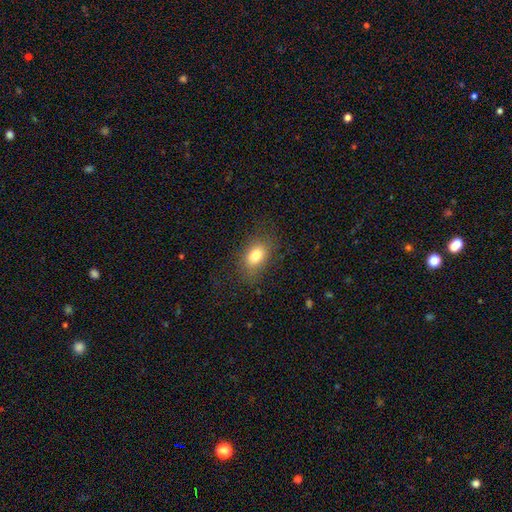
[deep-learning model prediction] This appears to be a smooth galaxy with no disk features (80%) that is in between round and cigar-shaped (81%). Merging: none (77%).